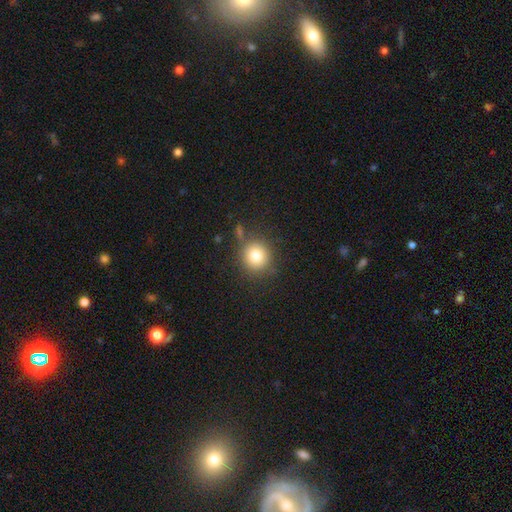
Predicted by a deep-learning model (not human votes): The model was most divided on "merging": none: 80%, minor disturbance: 11%, merger: 5%, major disturbance: 4%. More confident: how rounded — round (90%); smooth or featured — smooth (81%).